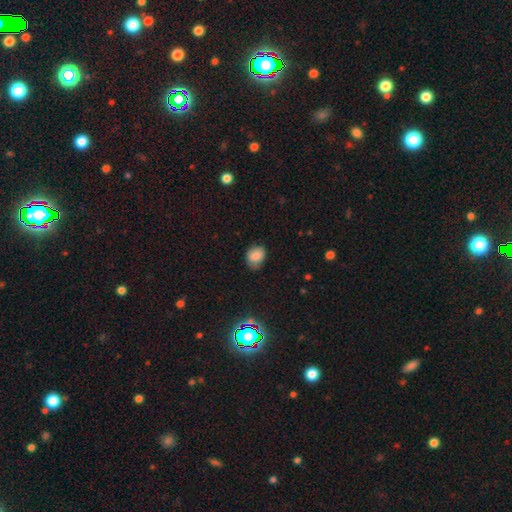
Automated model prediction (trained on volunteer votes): Smooth or featured?
  - smooth: 81% *
  - star or artifact: 11%
  - featured or disk: 8%
How rounded?
  - round: 51% *
  - in between: 48%
  - cigar-shaped: 1%
Merging?
  - none: 66% *
  - minor disturbance: 27%
  - major disturbance: 5%
  - merger: 1%